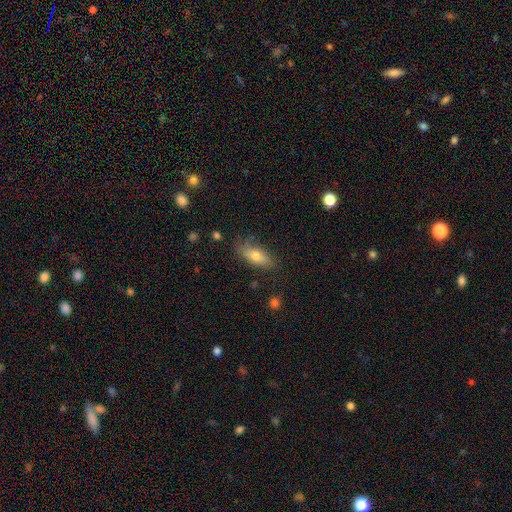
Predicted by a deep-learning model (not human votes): Morphology: type=smooth (70%); roundness=in between (68%); merging=none (75%).